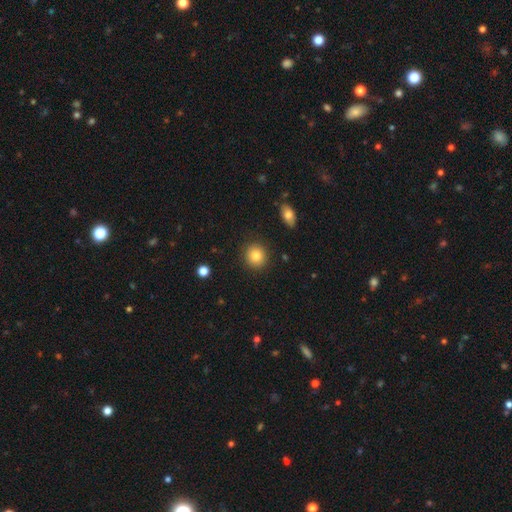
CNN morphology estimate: This appears to be a smooth galaxy with no disk features (83%) that is round (87%). Merging: none (90%).